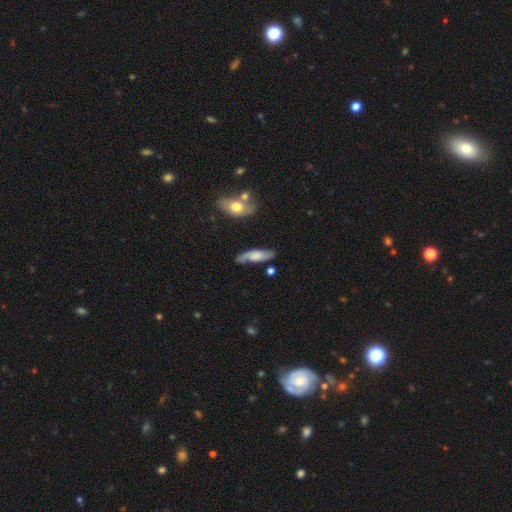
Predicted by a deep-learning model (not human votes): Overall: featured or disk (54%; smooth 39%). Edge-on disk: no (73%). Merging: none (72%).